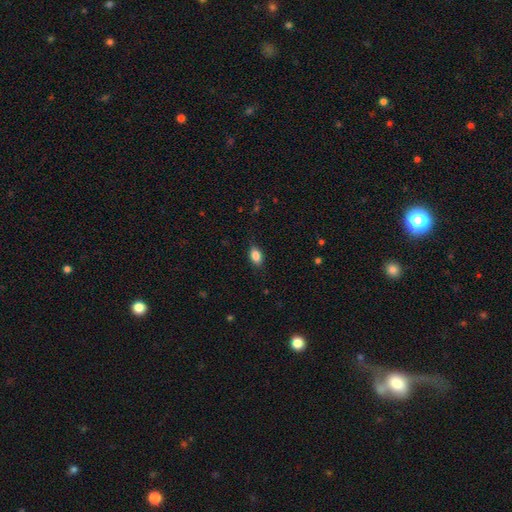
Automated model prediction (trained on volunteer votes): This appears to be a smooth galaxy with no disk features (85%) that is in between round and cigar-shaped (86%). Merging: none (84%).